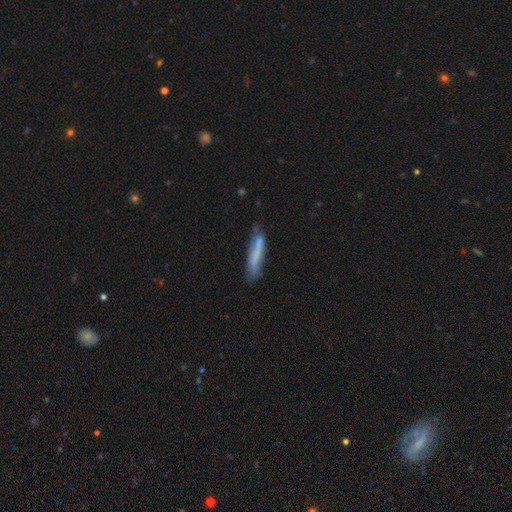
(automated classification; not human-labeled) This is likely a smooth galaxy (66%). How rounded: clearly cigar-shaped (88%). Merging: likely none (60%).